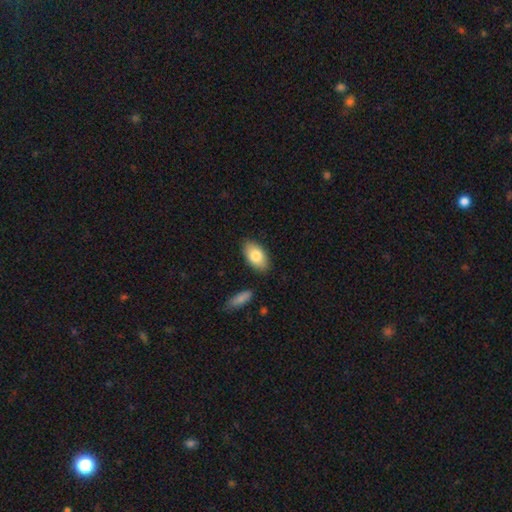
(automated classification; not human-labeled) A smooth galaxy with no disk features (81%) that is in between round and cigar-shaped (93%).

Vote fractions:
- Smooth or featured? smooth: 81% / featured or disk: 13% / star or artifact: 6%
- How rounded? in between: 93% / round: 4% / cigar-shaped: 3%
- Merging? none: 84% / minor disturbance: 11% / merger: 3% / major disturbance: 2%